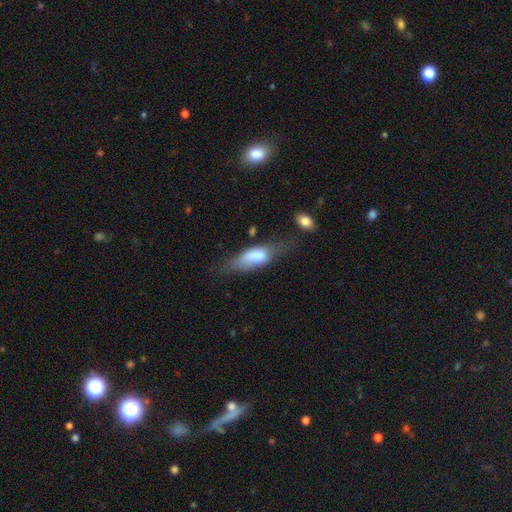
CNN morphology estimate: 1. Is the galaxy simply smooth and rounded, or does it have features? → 68% smooth, 24% featured or disk, 8% star or artifact.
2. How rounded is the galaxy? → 62% in between, 36% cigar-shaped, 3% round.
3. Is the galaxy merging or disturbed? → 40% none, 31% minor disturbance, 23% major disturbance, 7% merger.